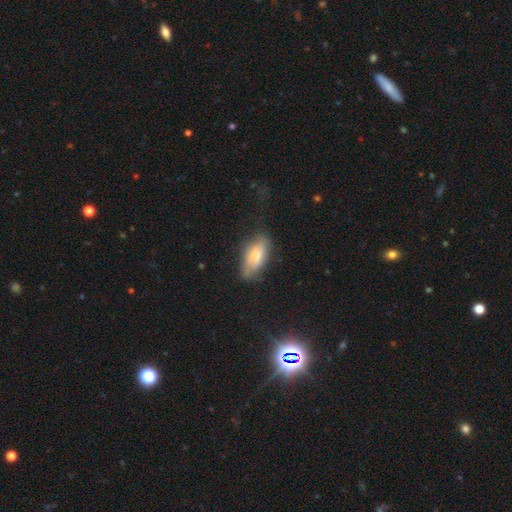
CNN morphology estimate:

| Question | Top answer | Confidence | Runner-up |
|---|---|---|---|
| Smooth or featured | smooth | 75% | featured or disk (18%) |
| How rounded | in between | 84% | cigar-shaped (13%) |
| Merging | none | 58% | minor disturbance (29%) |